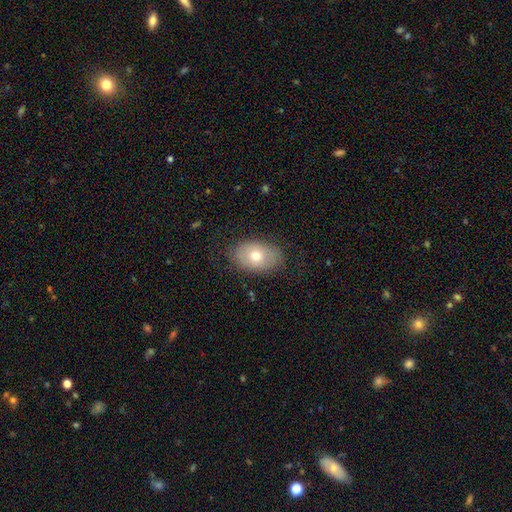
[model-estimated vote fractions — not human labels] Overall: smooth (66%). How rounded: in between (83%). Merging: none (81%).